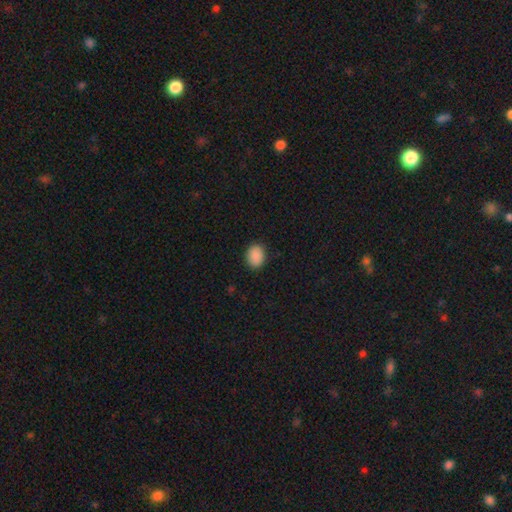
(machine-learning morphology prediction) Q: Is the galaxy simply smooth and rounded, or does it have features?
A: smooth — 90%.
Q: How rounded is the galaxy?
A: in between — 59%.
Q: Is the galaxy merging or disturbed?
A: none — 88%.